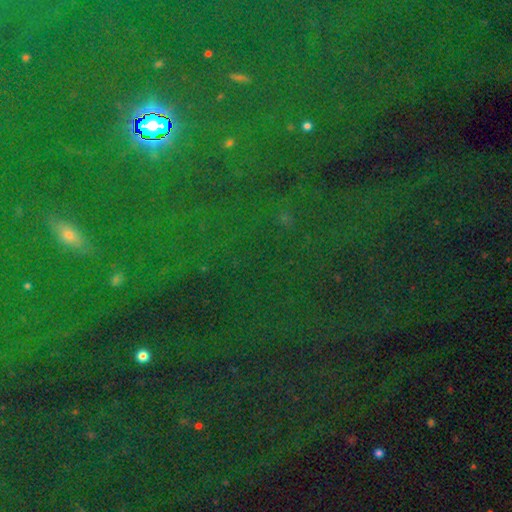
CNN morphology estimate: Smooth or featured? Predicted: star or artifact (p=0.80).